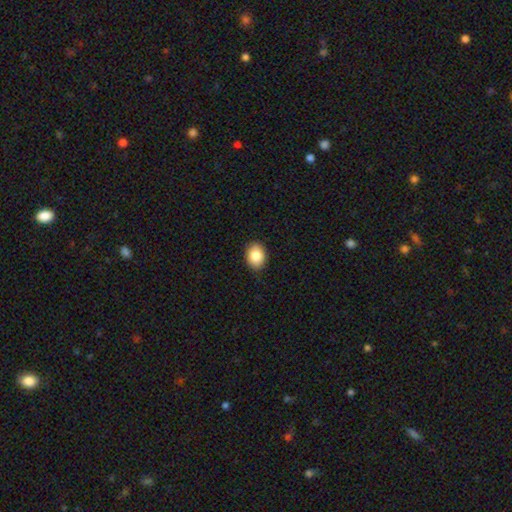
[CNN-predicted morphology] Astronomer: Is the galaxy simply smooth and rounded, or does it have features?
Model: smooth — 85%.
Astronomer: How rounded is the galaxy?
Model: in between — 65%.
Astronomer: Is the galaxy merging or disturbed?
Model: none — 89%.